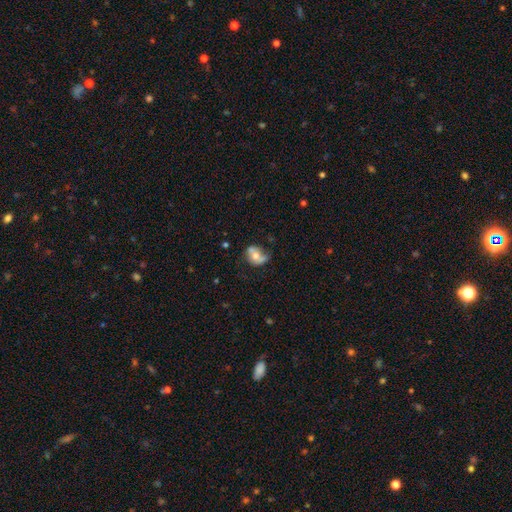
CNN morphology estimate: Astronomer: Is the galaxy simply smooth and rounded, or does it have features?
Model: smooth — 47% (runner-up: featured or disk, 44%).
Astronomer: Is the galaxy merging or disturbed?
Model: none — 37% (runner-up: merger, 24%).